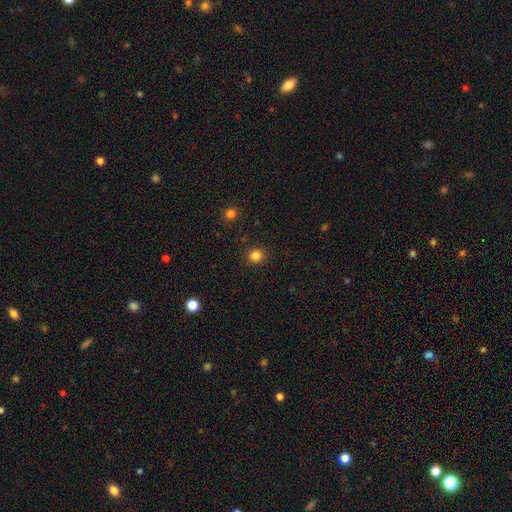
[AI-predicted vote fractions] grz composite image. It shows a smooth galaxy with no disk features (83%) that is round (92%). Merging: none (91%).